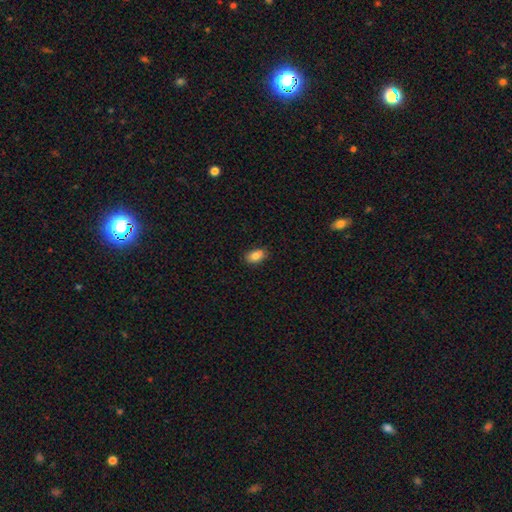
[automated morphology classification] smooth_or_featured: smooth (p=0.82) [alt: star or artifact p=0.09]
how_rounded: in between (p=0.87) [alt: round p=0.11]
merging: none (p=0.76) [alt: minor disturbance p=0.17]